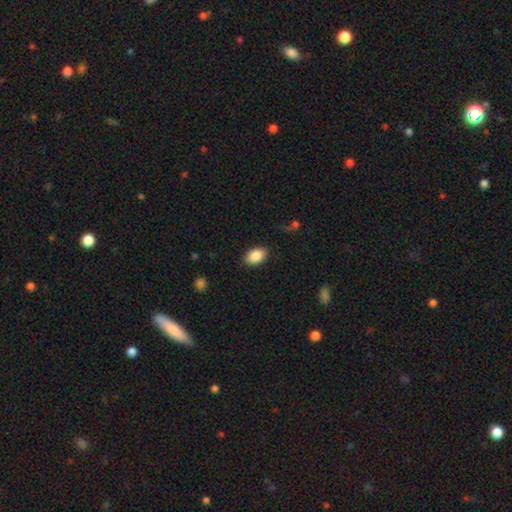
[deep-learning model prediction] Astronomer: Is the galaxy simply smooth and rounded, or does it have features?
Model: smooth — 88%.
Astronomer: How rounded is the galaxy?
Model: in between — 88%.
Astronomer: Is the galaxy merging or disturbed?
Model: none — 87%.